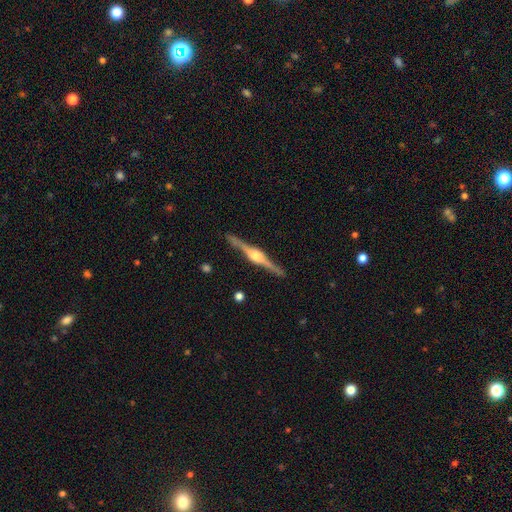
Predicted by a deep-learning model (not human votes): smooth-or-featured: featured or disk: 89% | smooth: 7% | star or artifact: 4%
  disk-edge-on: yes: 98% | no: 2%
    edge-on-bulge: rounded: 90% | boxy: 8% | none: 2%
  merging: none: 91% | minor disturbance: 7% | major disturbance: 1% | merger: 1%